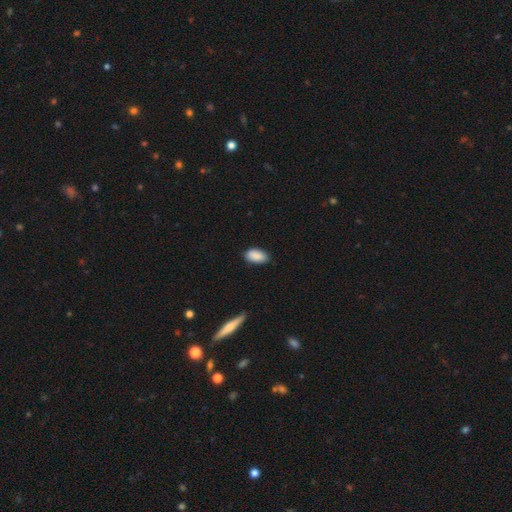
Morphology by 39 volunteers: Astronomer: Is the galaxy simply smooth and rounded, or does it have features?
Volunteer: smooth — 92%.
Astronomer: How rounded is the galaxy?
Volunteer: in between — 97%.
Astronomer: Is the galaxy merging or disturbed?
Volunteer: none — 76%.